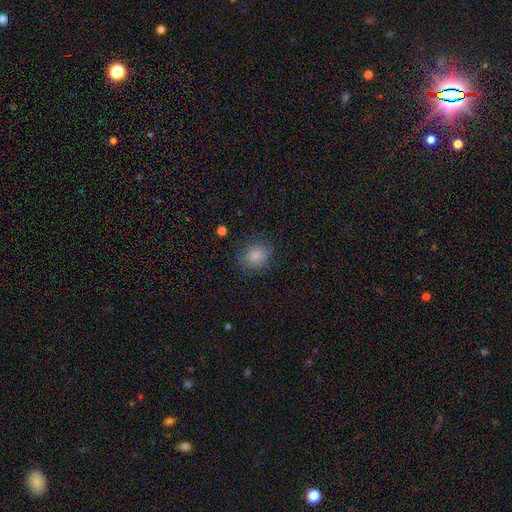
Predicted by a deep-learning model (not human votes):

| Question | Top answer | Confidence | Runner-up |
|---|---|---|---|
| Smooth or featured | smooth | 78% | featured or disk (13%) |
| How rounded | round | 77% | in between (22%) |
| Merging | none | 73% | minor disturbance (19%) |